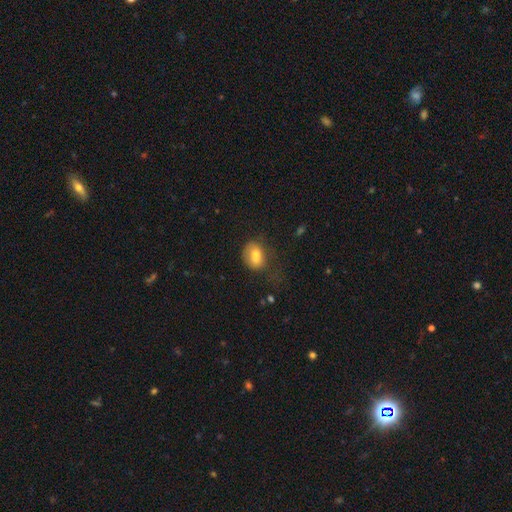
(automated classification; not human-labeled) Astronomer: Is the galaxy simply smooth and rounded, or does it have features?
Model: smooth — 77%.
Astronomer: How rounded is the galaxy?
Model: in between — 68%.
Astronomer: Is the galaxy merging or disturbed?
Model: none — 47% (runner-up: minor disturbance, 29%).